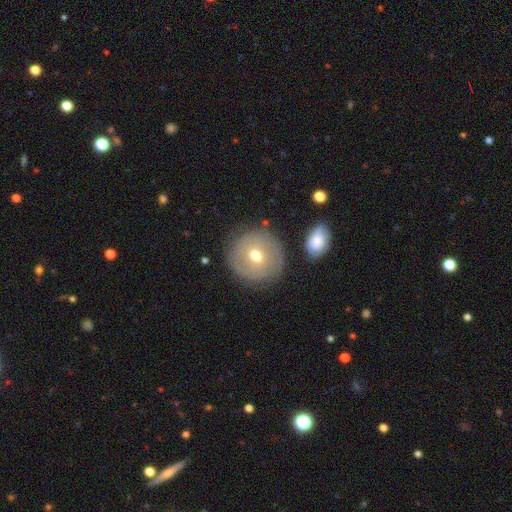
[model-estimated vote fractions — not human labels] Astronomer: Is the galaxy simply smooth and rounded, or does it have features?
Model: smooth — 60%.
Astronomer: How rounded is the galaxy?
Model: round — 93%.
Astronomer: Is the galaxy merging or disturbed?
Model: none — 79%.